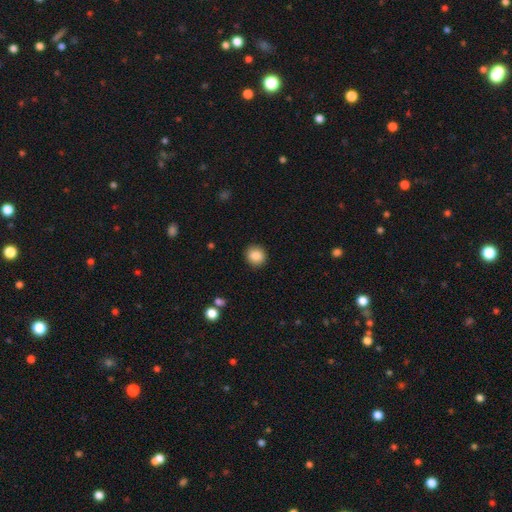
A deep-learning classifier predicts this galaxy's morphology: Q: Smooth or featured?
A: smooth (87%); runner-up: star or artifact (9%)
Q: How rounded?
A: round (85%); runner-up: in between (14%)
Q: Merging?
A: none (91%); runner-up: minor disturbance (6%)